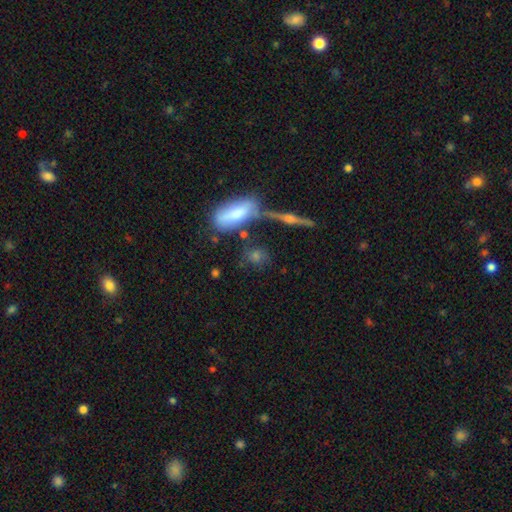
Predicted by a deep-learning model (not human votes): Smooth or featured? Predicted: smooth (p=0.54). How rounded? Predicted: in between (p=0.49). Merging? Predicted: none (p=0.65).